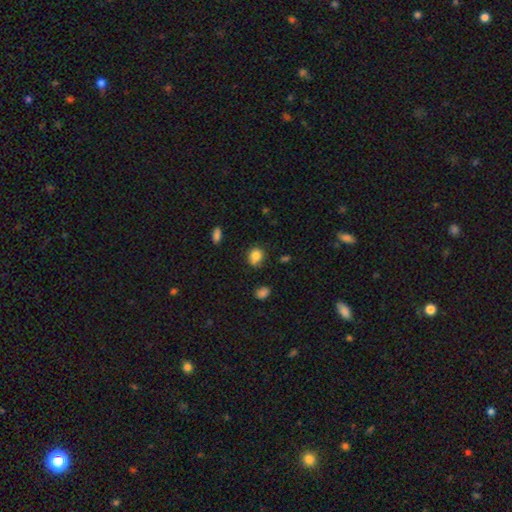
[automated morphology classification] smooth 82%, star or artifact 10%, featured or disk 8%. Down the decision tree: how rounded — round (68%); merging — none (65%).